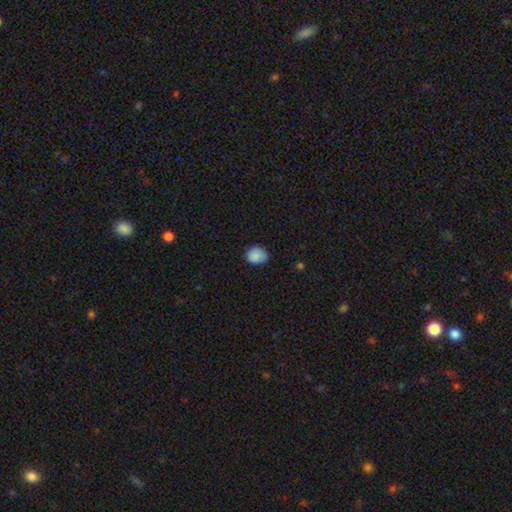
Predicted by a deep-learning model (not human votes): Smooth or featured? Predicted: smooth (p=0.88). How rounded? Predicted: round (p=0.71). Merging? Predicted: none (p=0.79).